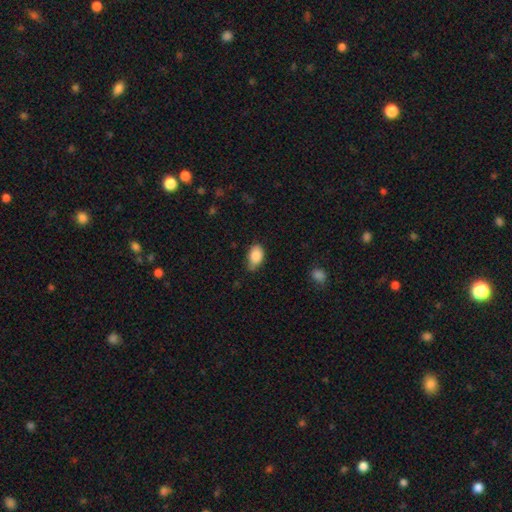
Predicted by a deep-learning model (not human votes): This appears to be a smooth galaxy with no disk features (87%) that is in between round and cigar-shaped (86%). Merging: none (52%).